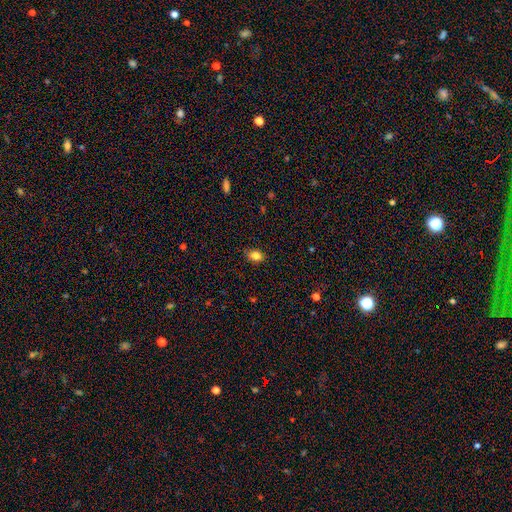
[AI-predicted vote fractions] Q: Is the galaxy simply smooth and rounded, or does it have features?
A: smooth — 84%.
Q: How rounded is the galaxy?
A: in between — 72%.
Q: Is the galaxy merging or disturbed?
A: none — 85%.